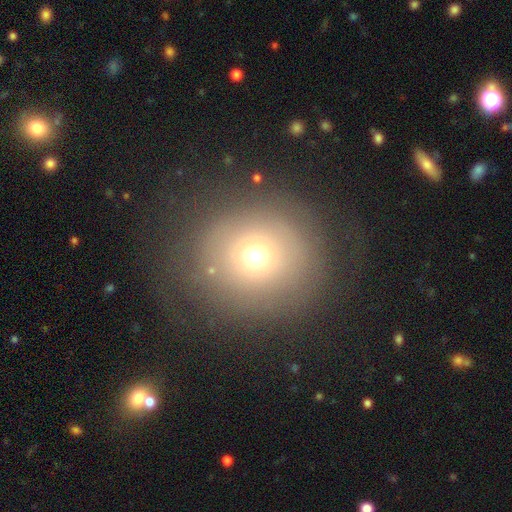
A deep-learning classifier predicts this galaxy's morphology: The model was most divided on "smooth or featured": smooth: 64%, featured or disk: 19%, star or artifact: 17%. More confident: how rounded — round (88%); merging — none (73%).